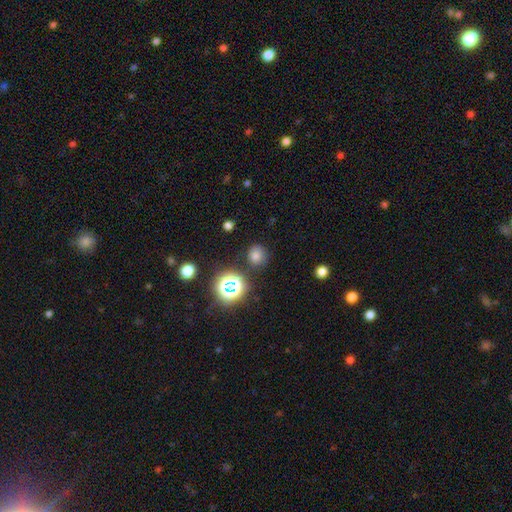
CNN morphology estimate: A smooth galaxy with no disk features (71%) that is round (84%).

Vote fractions:
- Smooth or featured? smooth: 71% / star or artifact: 23% / featured or disk: 6%
- How rounded? round: 84% / in between: 15% / cigar-shaped: 1%
- Merging? none: 81% / minor disturbance: 12% / major disturbance: 4% / merger: 4%